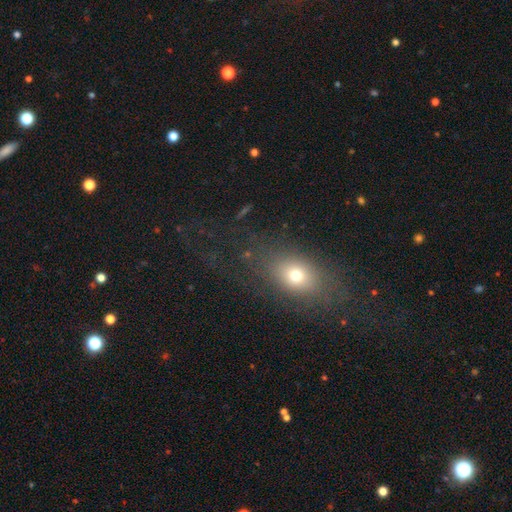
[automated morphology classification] smooth_or_featured: smooth (p=0.54) [alt: star or artifact p=0.26]
how_rounded: in between (p=0.63) [alt: round p=0.24]
merging: none (p=0.76) [alt: minor disturbance p=0.13]